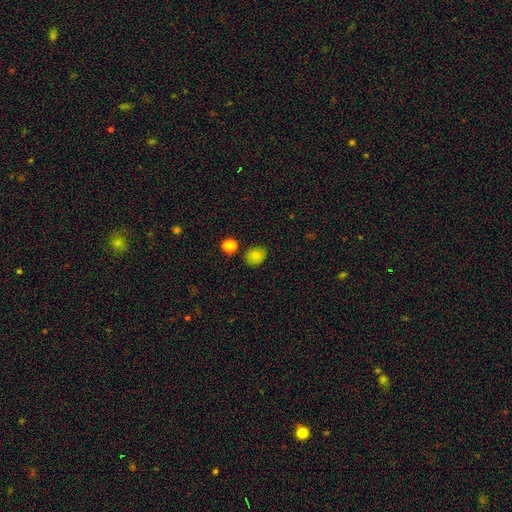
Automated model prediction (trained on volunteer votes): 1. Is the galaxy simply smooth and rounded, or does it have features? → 82% smooth, 11% star or artifact, 7% featured or disk.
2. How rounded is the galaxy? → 53% round, 46% in between, 1% cigar-shaped.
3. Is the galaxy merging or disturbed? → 78% none, 13% minor disturbance, 6% merger, 3% major disturbance.